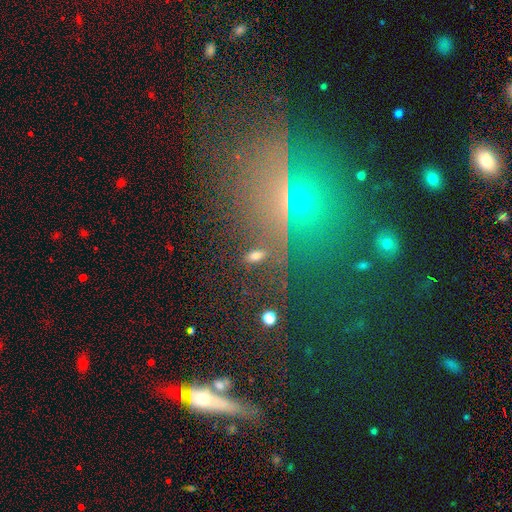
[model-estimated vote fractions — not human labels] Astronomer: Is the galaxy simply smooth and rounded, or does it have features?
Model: smooth — 60%.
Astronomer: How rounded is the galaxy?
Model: in between — 79%.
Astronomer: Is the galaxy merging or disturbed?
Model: none — 76%.